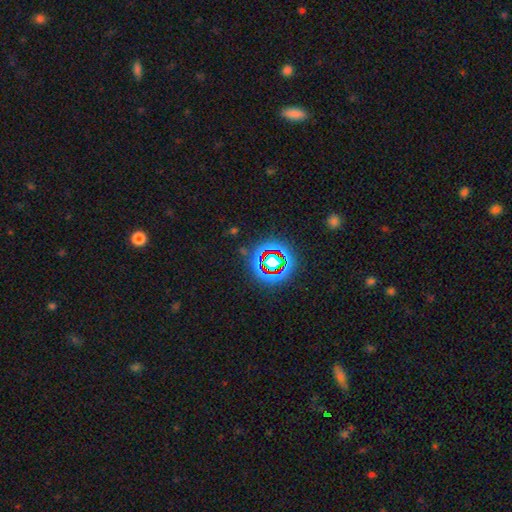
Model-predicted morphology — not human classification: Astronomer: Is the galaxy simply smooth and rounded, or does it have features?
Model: star or artifact — 72%.